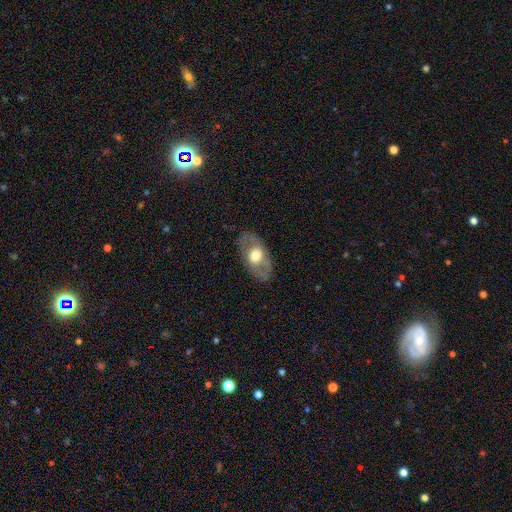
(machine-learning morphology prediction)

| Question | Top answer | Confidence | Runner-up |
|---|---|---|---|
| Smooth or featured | featured or disk | 53% | smooth (41%) |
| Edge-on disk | no | 86% | yes (14%) |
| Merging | none | 81% | minor disturbance (12%) |